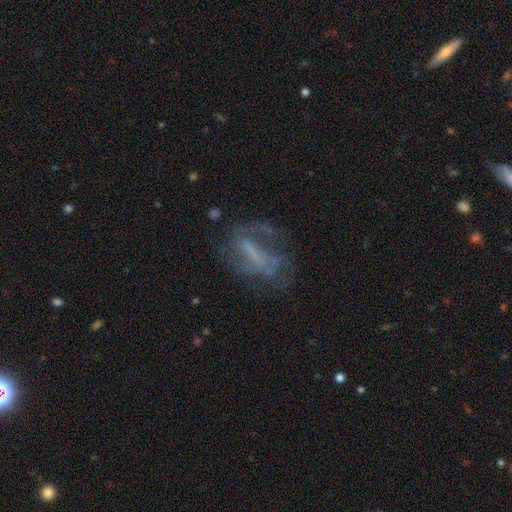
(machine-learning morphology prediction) smooth_or_featured: featured or disk (p=0.63) [alt: smooth p=0.23]
disk_edge_on: no (p=0.91) [alt: yes p=0.09]
bar: strong (p=0.39) [alt: no p=0.31]
has_spiral_arms: yes (p=0.60) [alt: no p=0.40]
bulge_size: none (p=0.59) [alt: small p=0.19]
merging: none (p=0.44) [alt: major disturbance p=0.32]